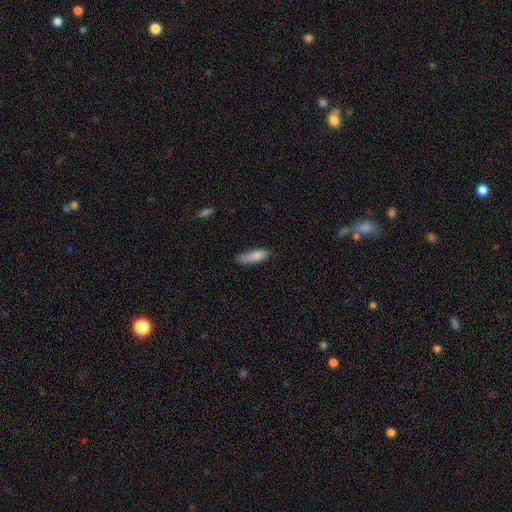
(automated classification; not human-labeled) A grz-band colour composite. It shows a smooth galaxy with no disk features (85%) that is cigar-shaped (51%). Merging: none (62%).